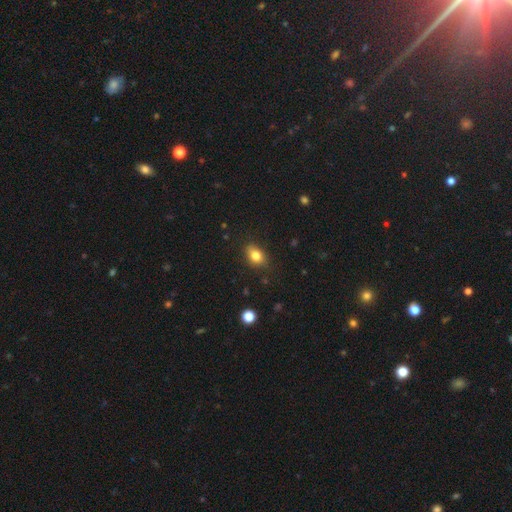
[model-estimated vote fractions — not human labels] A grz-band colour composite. It shows a smooth galaxy with no disk features (81%) that is in between round and cigar-shaped (72%). Merging: none (81%).